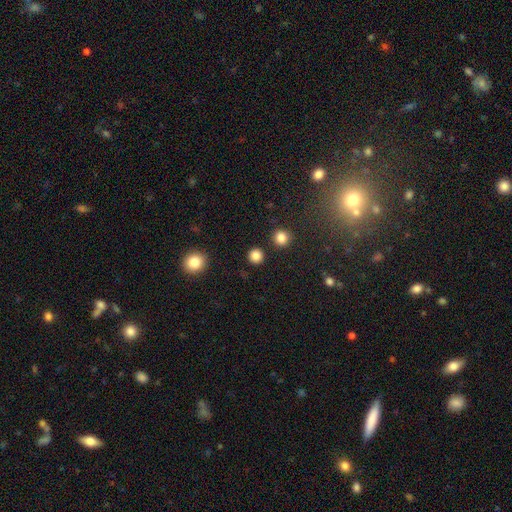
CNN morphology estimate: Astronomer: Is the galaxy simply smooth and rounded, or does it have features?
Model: smooth — 85%.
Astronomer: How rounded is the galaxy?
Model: round — 93%.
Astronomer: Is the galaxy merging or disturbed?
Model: none — 90%.